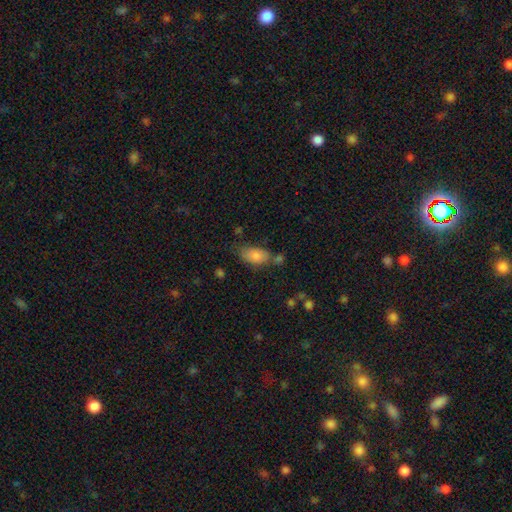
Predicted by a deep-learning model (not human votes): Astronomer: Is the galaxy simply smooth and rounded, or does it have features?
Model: smooth — 83%.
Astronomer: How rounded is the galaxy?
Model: in between — 90%.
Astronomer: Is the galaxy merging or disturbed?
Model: none — 55%.